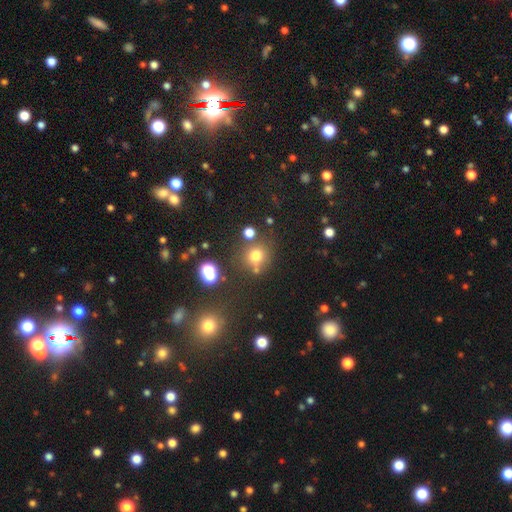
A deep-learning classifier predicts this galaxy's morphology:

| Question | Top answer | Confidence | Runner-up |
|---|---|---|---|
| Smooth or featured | smooth | 70% | star or artifact (21%) |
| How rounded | round | 86% | in between (13%) |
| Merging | none | 70% | merger (12%) |